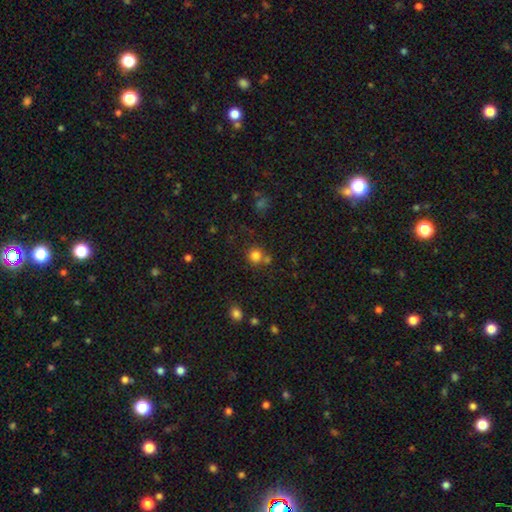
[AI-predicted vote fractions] Overall: smooth (80%). How rounded: round (91%). Merging: none (66%).